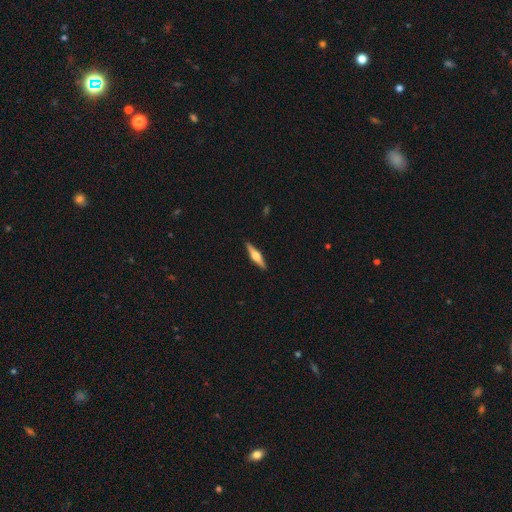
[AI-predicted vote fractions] smooth-or-featured: featured or disk: 66% | smooth: 28% | star or artifact: 5%
  disk-edge-on: yes: 97% | no: 3%
    edge-on-bulge: rounded: 91% | boxy: 7% | none: 2%
  merging: none: 91% | minor disturbance: 7% | major disturbance: 1% | merger: 1%